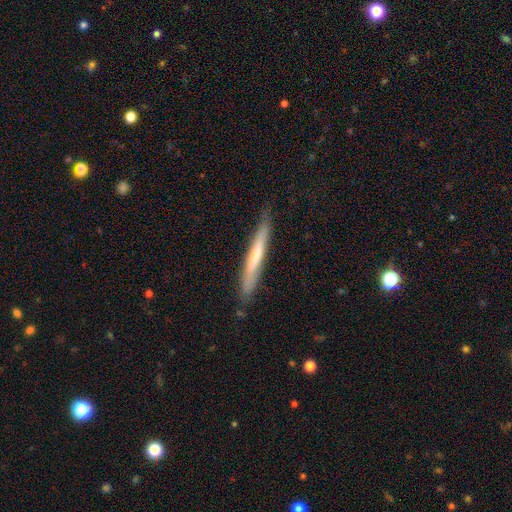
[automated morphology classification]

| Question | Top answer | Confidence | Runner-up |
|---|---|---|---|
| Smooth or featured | smooth | 49% | featured or disk (46%) |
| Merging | none | 82% | minor disturbance (14%) |